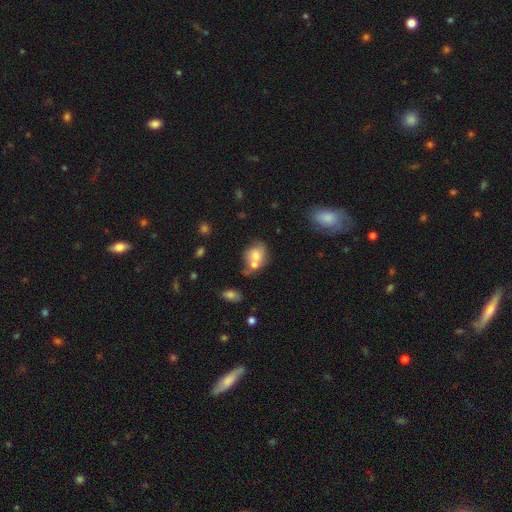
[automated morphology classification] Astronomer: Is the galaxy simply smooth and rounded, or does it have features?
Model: smooth — 65%.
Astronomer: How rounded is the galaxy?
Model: round — 51% (runner-up: in between, 48%).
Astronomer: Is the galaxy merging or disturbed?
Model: merger — 43% (runner-up: none, 34%).